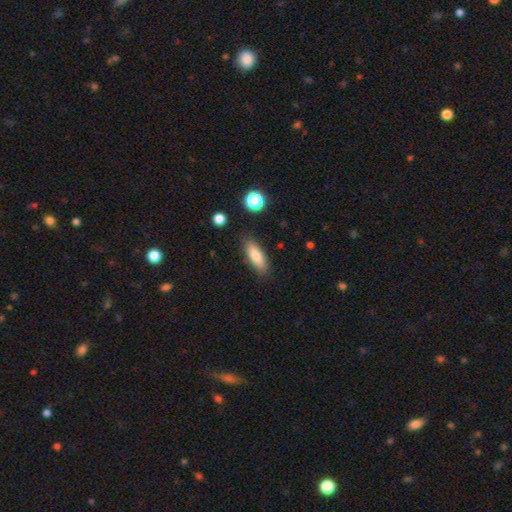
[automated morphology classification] A smooth galaxy with no disk features (81%) that is in between round and cigar-shaped (59%). Merging: none (85%).